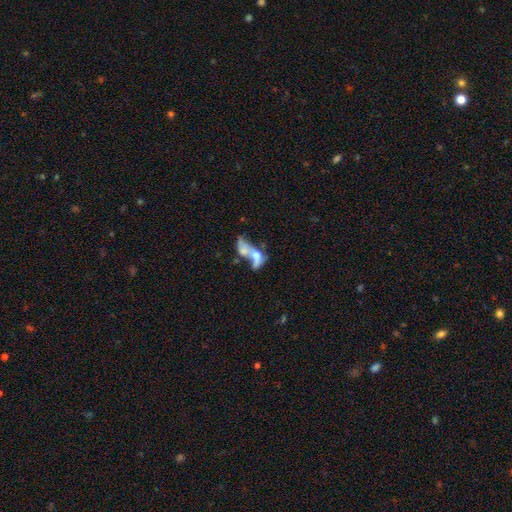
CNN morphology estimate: smooth-or-featured: featured or disk: 46% | smooth: 42% | star or artifact: 11%
  merging: merger: 66% | major disturbance: 17% | none: 11% | minor disturbance: 6%